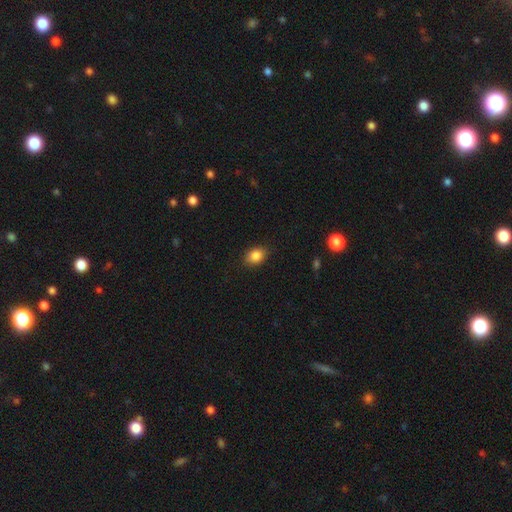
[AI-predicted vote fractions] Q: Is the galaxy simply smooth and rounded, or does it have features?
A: smooth — 86%.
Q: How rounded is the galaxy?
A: in between — 69%.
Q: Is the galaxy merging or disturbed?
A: none — 86%.